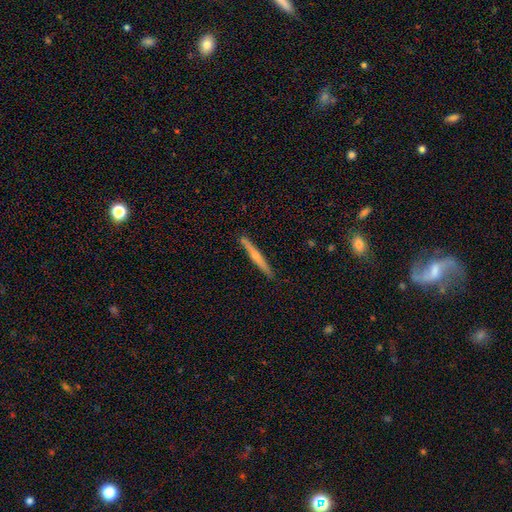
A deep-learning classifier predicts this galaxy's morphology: Smooth or featured? smooth (52%)
How rounded? cigar-shaped (96%)
Merging? none (90%)